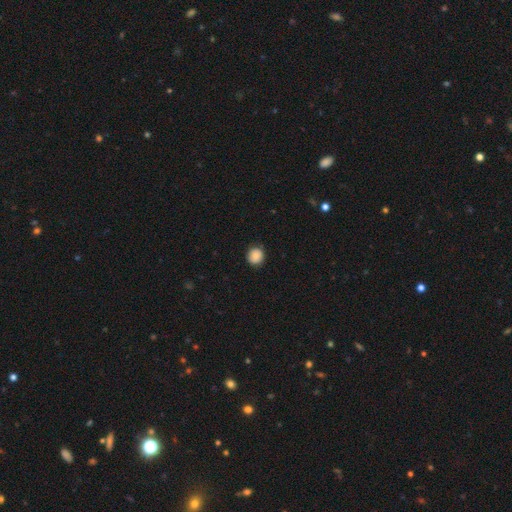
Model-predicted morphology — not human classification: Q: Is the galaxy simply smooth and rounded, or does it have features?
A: smooth — 86%.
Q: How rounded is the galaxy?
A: round — 90%.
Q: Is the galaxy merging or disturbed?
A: none — 84%.